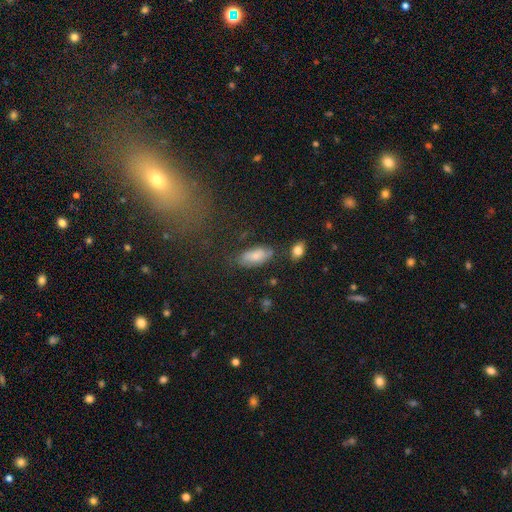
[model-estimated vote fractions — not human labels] This appears to be a smooth galaxy with no disk features (75%) that is in between round and cigar-shaped (88%). Merging: none (65%).